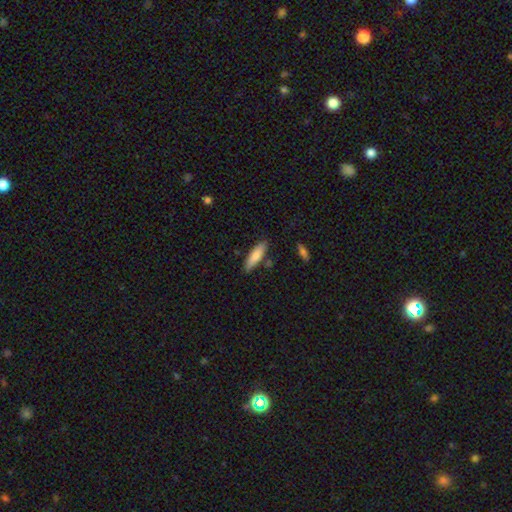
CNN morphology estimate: A smooth galaxy with no disk features (78%) that is cigar-shaped (69%). Merging: none (82%).